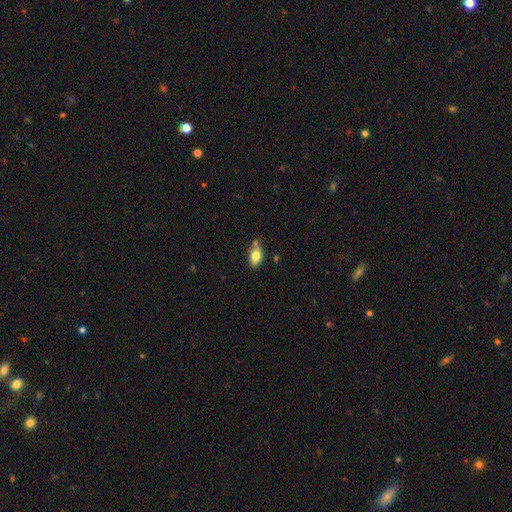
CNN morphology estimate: This is likely a smooth galaxy (73%). How rounded: clearly in between (85%). Merging: likely none (65%).